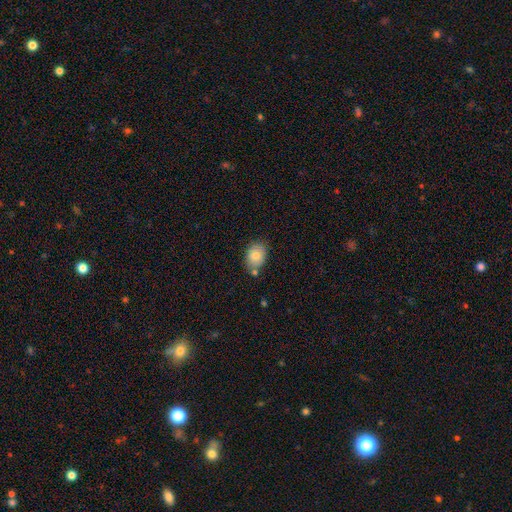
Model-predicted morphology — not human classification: smooth_or_featured: smooth (p=0.81) [alt: featured or disk p=0.11]
how_rounded: in between (p=0.72) [alt: round p=0.27]
merging: none (p=0.73) [alt: minor disturbance p=0.16]